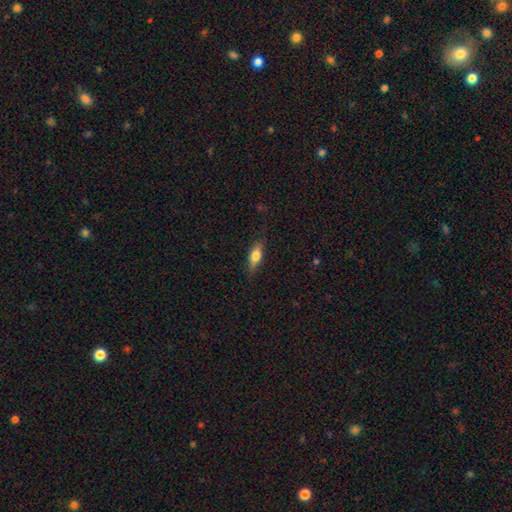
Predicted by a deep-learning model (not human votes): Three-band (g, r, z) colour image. It shows a smooth galaxy with no disk features (65%) that is in between round and cigar-shaped (61%). Merging: none (81%).